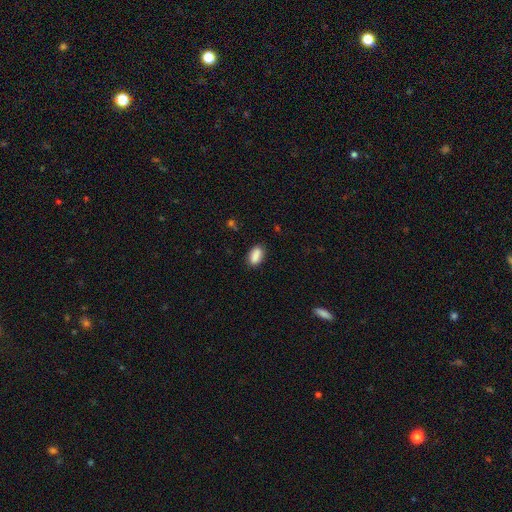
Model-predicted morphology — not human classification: Smooth or featured?
  - smooth: 88% *
  - star or artifact: 8%
  - featured or disk: 4%
How rounded?
  - in between: 90% *
  - round: 6%
  - cigar-shaped: 4%
Merging?
  - none: 82% *
  - minor disturbance: 13%
  - major disturbance: 3%
  - merger: 2%